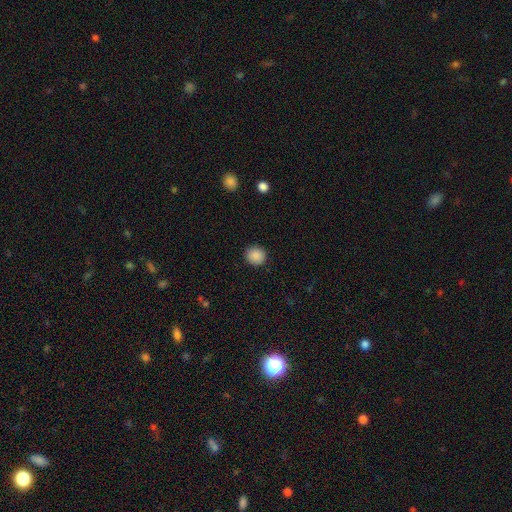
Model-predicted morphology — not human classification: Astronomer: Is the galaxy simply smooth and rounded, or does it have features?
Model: smooth — 89%.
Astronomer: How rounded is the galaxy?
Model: round — 86%.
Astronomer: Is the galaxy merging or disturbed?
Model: none — 90%.